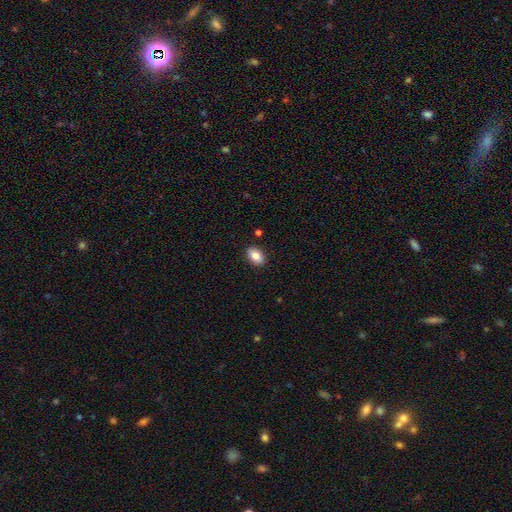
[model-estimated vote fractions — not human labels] Overall: smooth (84%). How rounded: in between (89%). Merging: none (89%).